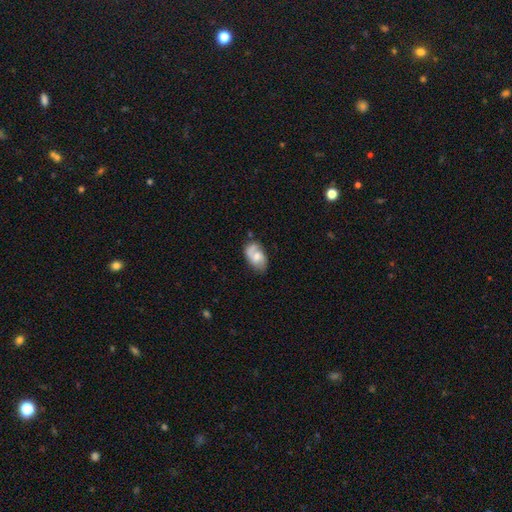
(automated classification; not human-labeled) The model was most divided on "bar": no: 55%, weak: 38%, strong: 7%. Remaining: edge-on disk — no (96%); spiral arms — yes (87%); merging — none (60%); smooth or featured — featured or disk (57%); bulge size — moderate (50%).